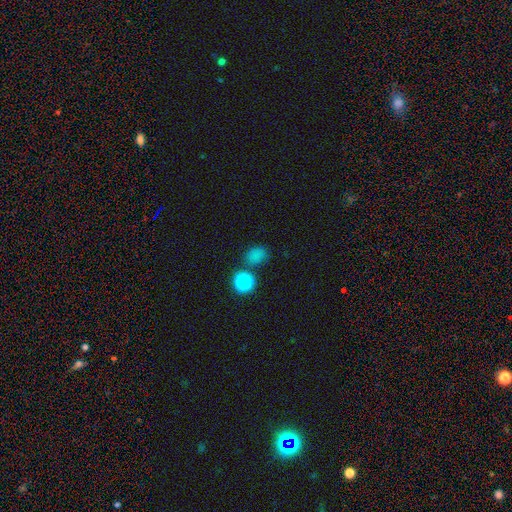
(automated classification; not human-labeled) Smooth or featured?
  - smooth: 70% *
  - star or artifact: 25%
  - featured or disk: 5%
How rounded?
  - round: 50% *
  - in between: 49%
  - cigar-shaped: 1%
Merging?
  - none: 72% *
  - minor disturbance: 14%
  - merger: 9%
  - major disturbance: 5%